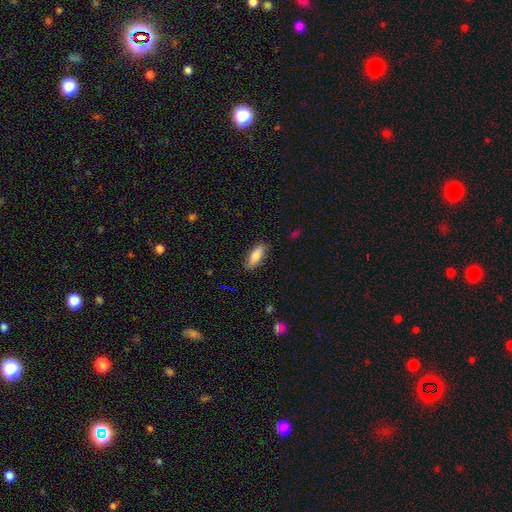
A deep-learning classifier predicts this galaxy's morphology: Smooth or featured? Predicted: smooth (p=0.80). How rounded? Predicted: in between (p=0.67). Merging? Predicted: none (p=0.85).